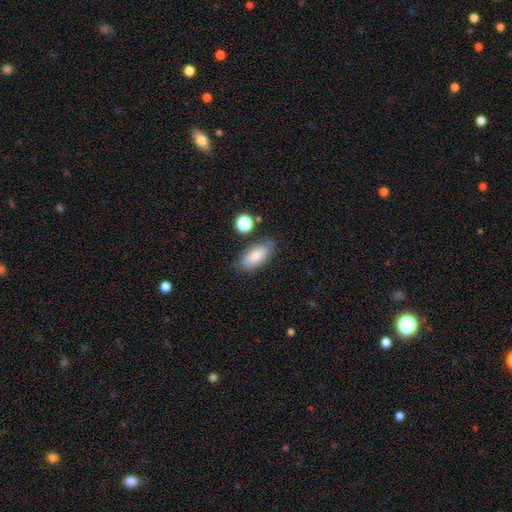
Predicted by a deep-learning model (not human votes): smooth 83%, featured or disk 10%, star or artifact 8%. Down the decision tree: how rounded — in between (89%); merging — none (75%).